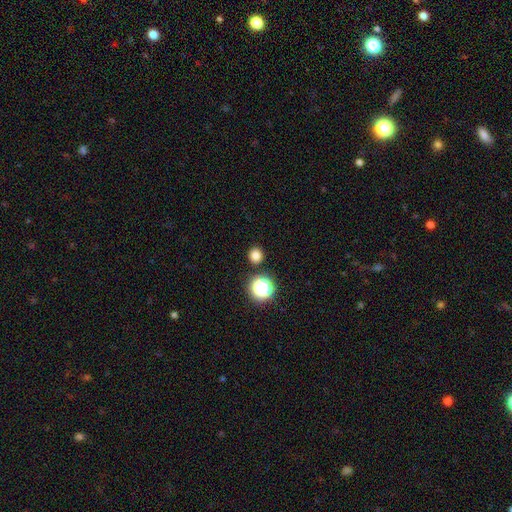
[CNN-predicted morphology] Smooth or featured: smooth — 78% (star or artifact — 17%)
How rounded: round — 91% (in between — 8%)
Merging: none — 89% (minor disturbance — 6%)